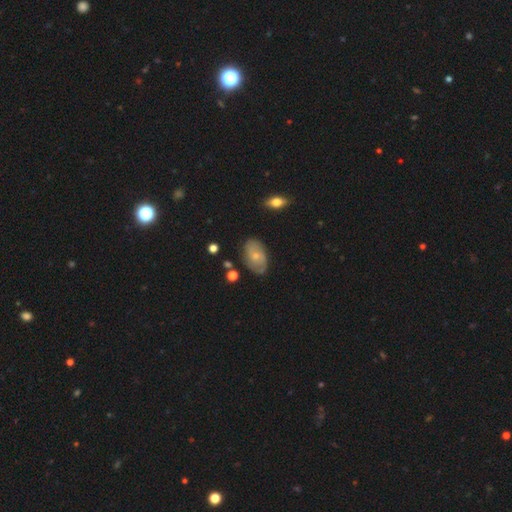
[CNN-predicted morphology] smooth_or_featured: smooth (p=0.47) [alt: featured or disk p=0.45]
merging: none (p=0.73) [alt: minor disturbance p=0.20]